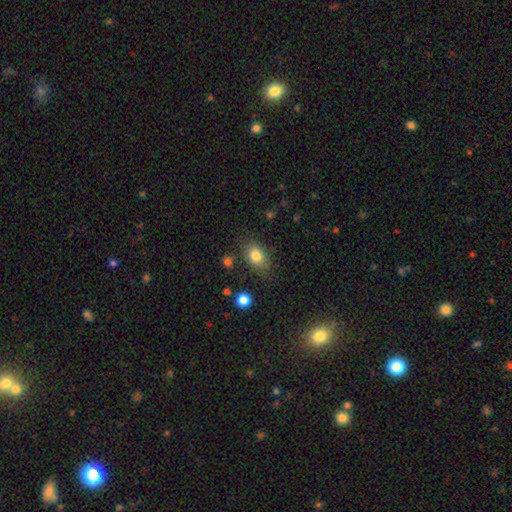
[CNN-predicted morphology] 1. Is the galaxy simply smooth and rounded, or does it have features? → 81% smooth, 10% featured or disk, 9% star or artifact.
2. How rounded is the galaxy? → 78% in between, 20% round, 2% cigar-shaped.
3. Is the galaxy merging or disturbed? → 75% none, 17% minor disturbance, 5% major disturbance, 3% merger.